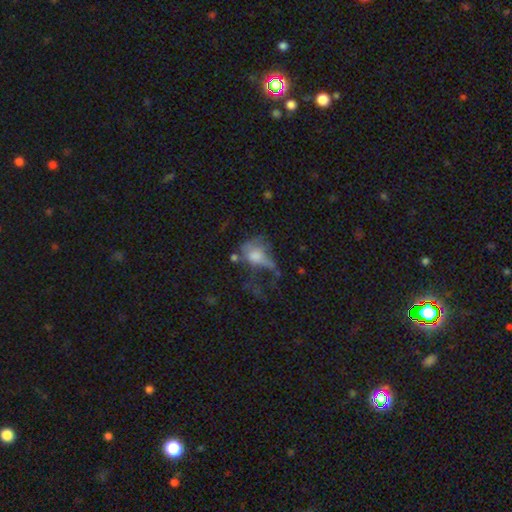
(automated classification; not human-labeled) A smooth galaxy with no disk features (52%) that is in between round and cigar-shaped (65%).

Vote fractions:
- Smooth or featured? smooth: 52% / featured or disk: 35% / star or artifact: 13%
- How rounded? in between: 65% / round: 31% / cigar-shaped: 4%
- Merging? major disturbance: 54% / none: 18% / minor disturbance: 16% / merger: 12%